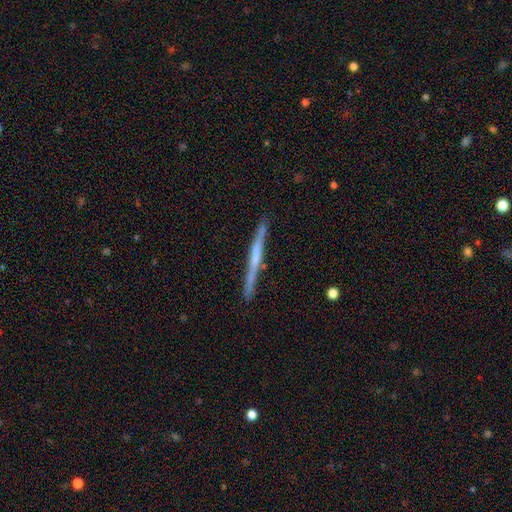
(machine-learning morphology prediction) This appears to be a featured or disk galaxy (60%) viewed edge-on (97%) with no central bulge (70%). Merging: none (87%).